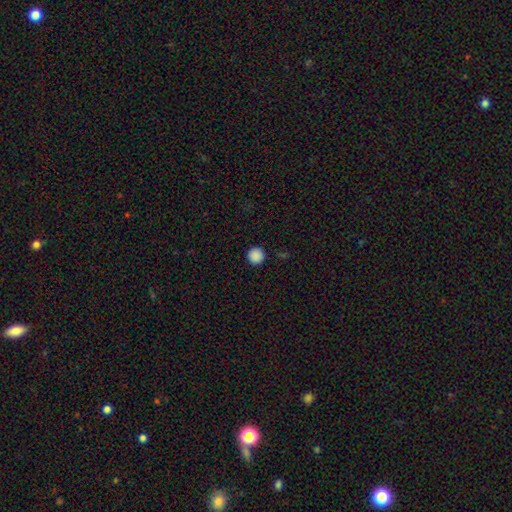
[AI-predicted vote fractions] A smooth galaxy with no disk features (88%) that is round (96%). Merging: none (93%).